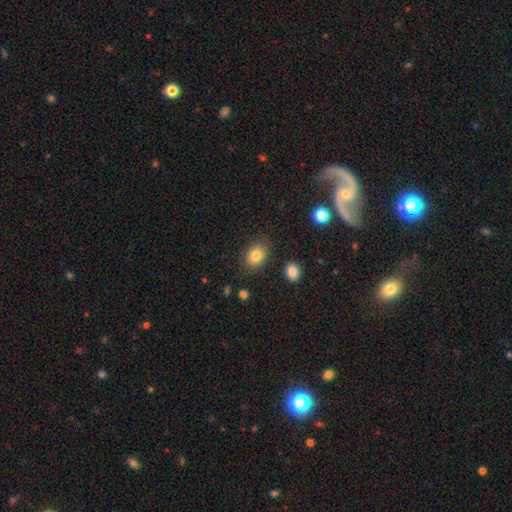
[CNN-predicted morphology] smooth-or-featured: smooth: 83% | star or artifact: 9% | featured or disk: 8%
  how-rounded: in between: 69% | round: 30% | cigar-shaped: 1%
  merging: none: 83% | minor disturbance: 11% | major disturbance: 3% | merger: 2%